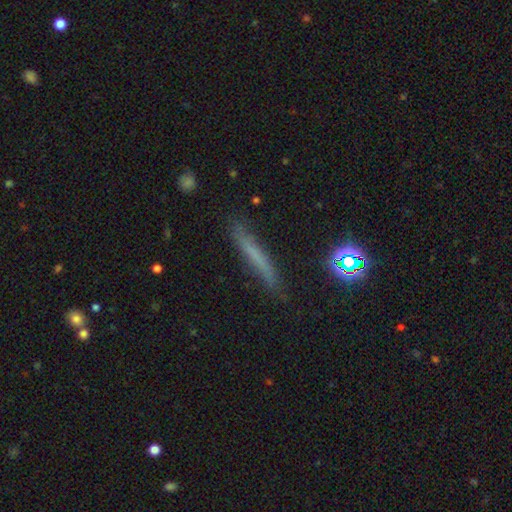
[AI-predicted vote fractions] Q: Smooth or featured?
A: smooth (53%); runner-up: featured or disk (35%)
Q: How rounded?
A: cigar-shaped (93%); runner-up: in between (4%)
Q: Merging?
A: none (79%); runner-up: minor disturbance (15%)